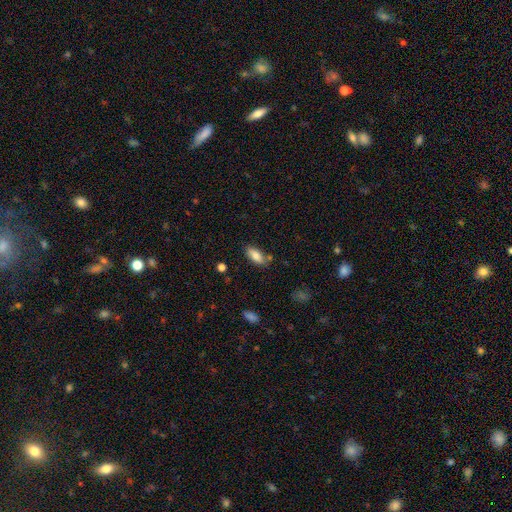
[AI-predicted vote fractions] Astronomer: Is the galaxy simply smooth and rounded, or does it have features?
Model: smooth — 84%.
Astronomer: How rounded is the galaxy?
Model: in between — 87%.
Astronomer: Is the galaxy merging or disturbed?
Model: none — 76%.